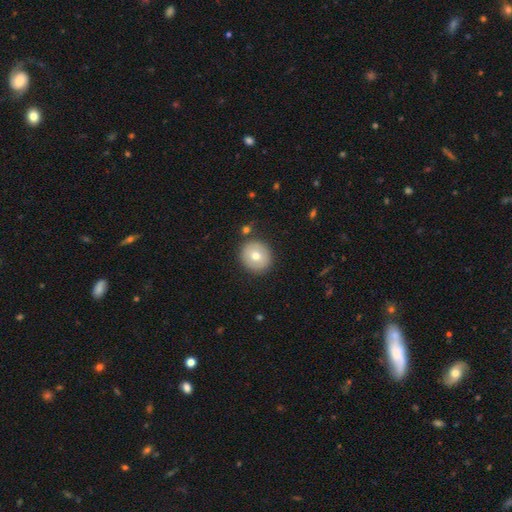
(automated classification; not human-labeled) The model was most divided on "smooth or featured": smooth: 68%, featured or disk: 23%, star or artifact: 8%. More confident: how rounded — round (90%); merging — none (86%).